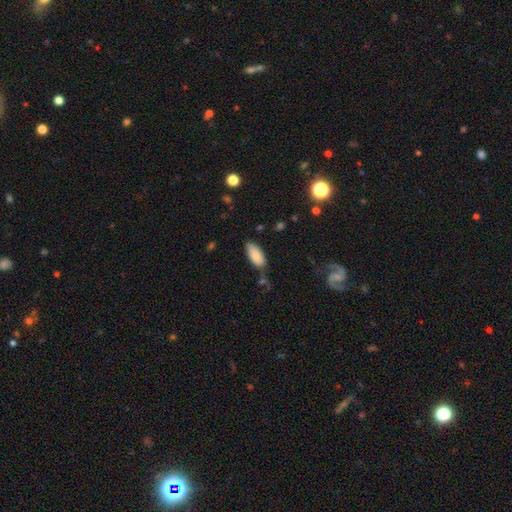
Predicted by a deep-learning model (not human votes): Morphology: type=smooth (84%); roundness=in between (88%); merging=none (69%).